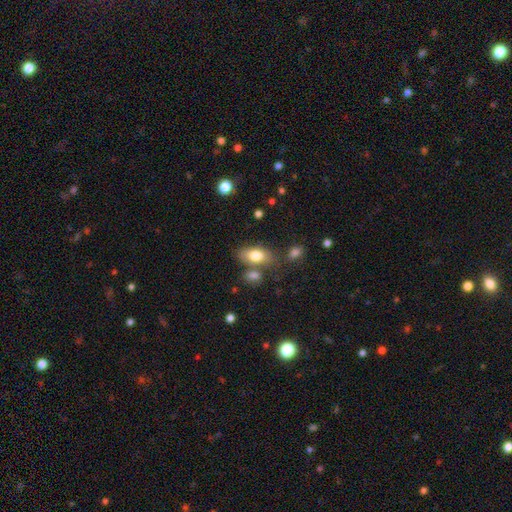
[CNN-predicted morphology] Q: Smooth or featured?
A: smooth (79%); runner-up: featured or disk (14%)
Q: How rounded?
A: in between (89%); runner-up: round (6%)
Q: Merging?
A: none (64%); runner-up: merger (17%)